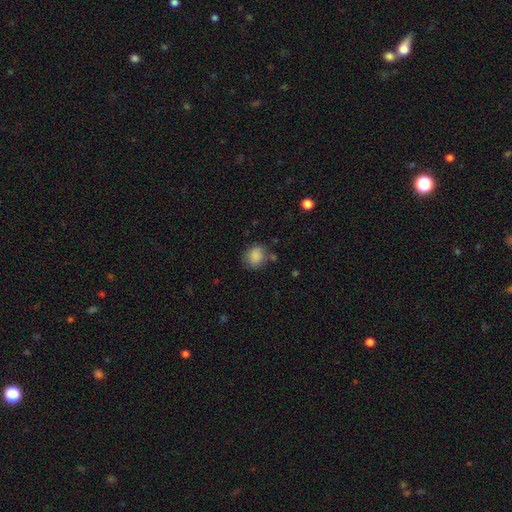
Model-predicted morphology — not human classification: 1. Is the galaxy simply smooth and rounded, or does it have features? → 85% smooth, 9% star or artifact, 6% featured or disk.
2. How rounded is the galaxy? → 64% round, 35% in between, 1% cigar-shaped.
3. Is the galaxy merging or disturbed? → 67% none, 21% minor disturbance, 7% major disturbance, 5% merger.